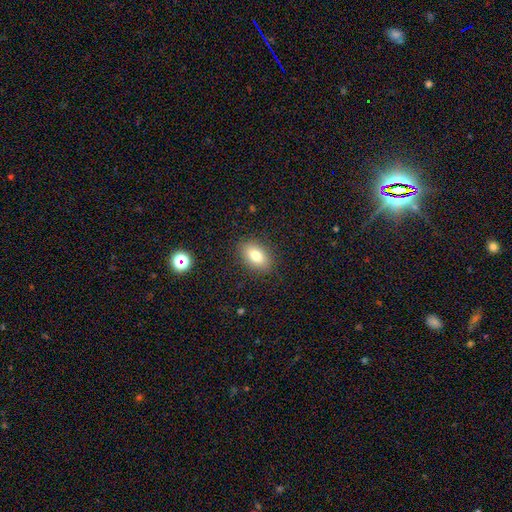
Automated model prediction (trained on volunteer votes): Smooth or featured?
  - smooth: 78% *
  - featured or disk: 12%
  - star or artifact: 9%
How rounded?
  - in between: 88% *
  - round: 9%
  - cigar-shaped: 3%
Merging?
  - none: 87% *
  - minor disturbance: 9%
  - major disturbance: 3%
  - merger: 1%